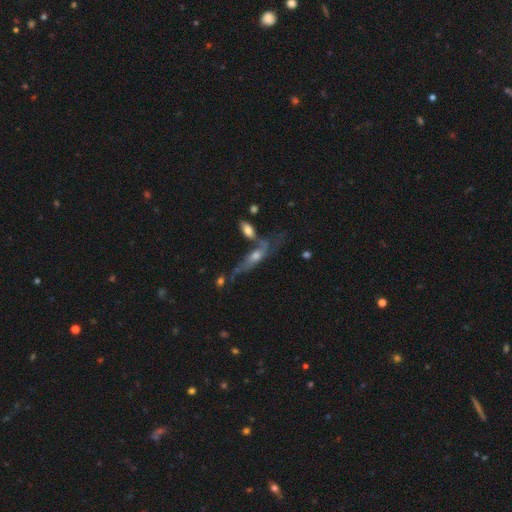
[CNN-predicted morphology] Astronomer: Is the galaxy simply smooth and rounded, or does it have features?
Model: featured or disk — 64%.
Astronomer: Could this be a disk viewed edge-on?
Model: yes — 72%.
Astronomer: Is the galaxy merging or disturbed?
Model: none — 54%.